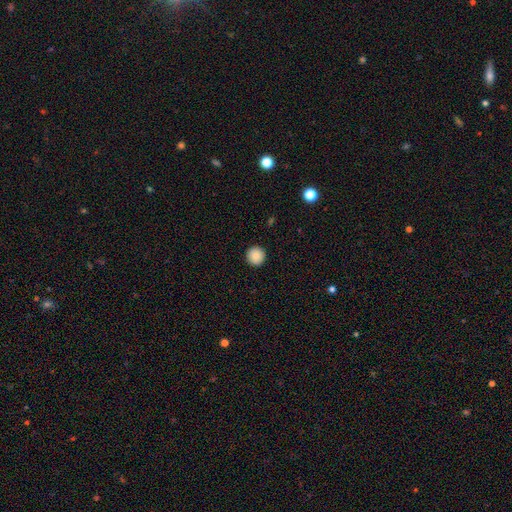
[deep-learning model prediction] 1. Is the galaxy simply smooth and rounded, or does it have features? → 87% smooth, 8% star or artifact, 4% featured or disk.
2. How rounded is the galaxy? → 96% round, 3% in between, 1% cigar-shaped.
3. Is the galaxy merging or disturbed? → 93% none, 4% minor disturbance, 1% major disturbance, 1% merger.